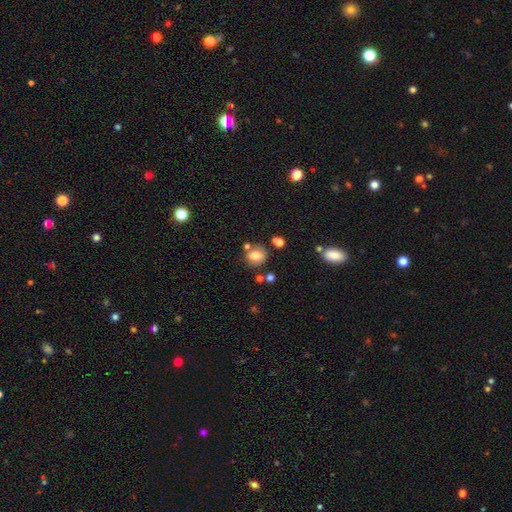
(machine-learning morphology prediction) smooth-or-featured: smooth: 74% | featured or disk: 15% | star or artifact: 12%
  how-rounded: round: 60% | in between: 39% | cigar-shaped: 1%
  merging: none: 66% | minor disturbance: 15% | merger: 14% | major disturbance: 5%